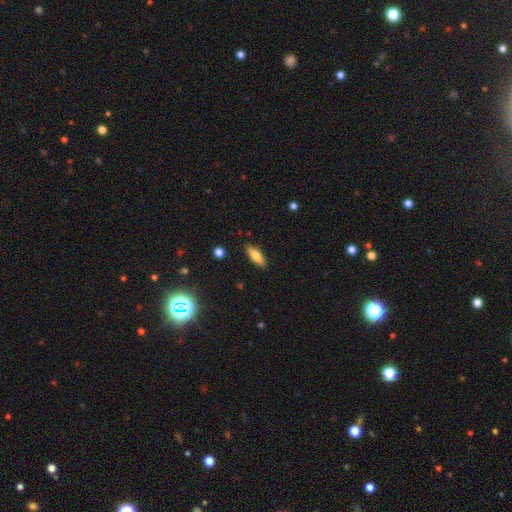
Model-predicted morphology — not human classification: Smooth or featured: smooth — 77% (featured or disk — 16%)
How rounded: in between — 67% (cigar-shaped — 30%)
Merging: none — 88% (minor disturbance — 9%)